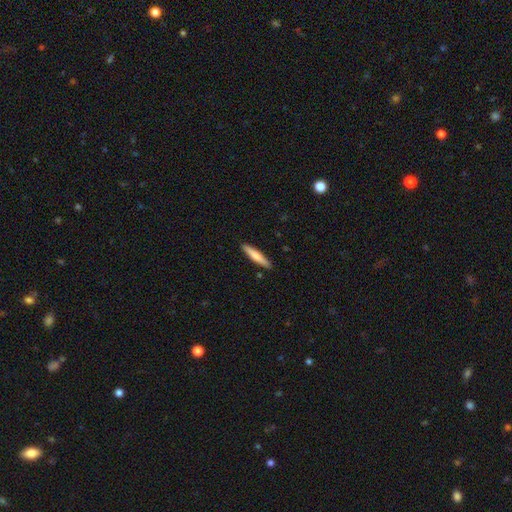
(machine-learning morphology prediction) Overall: smooth (69%). How rounded: cigar-shaped (90%). Merging: none (91%).